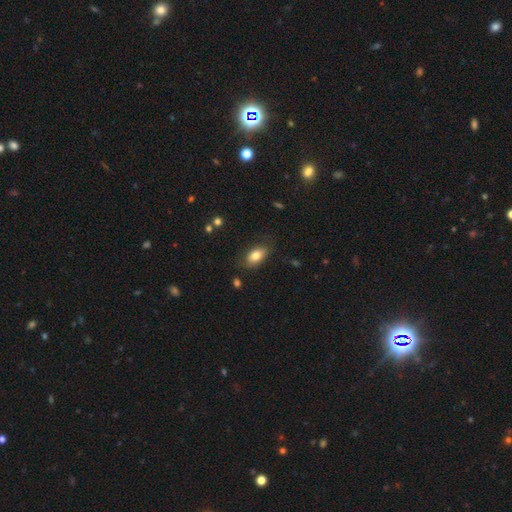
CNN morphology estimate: A smooth galaxy with no disk features (80%) that is in between round and cigar-shaped (90%).

Vote fractions:
- Smooth or featured? smooth: 80% / featured or disk: 12% / star or artifact: 8%
- How rounded? in between: 90% / round: 7% / cigar-shaped: 3%
- Merging? none: 79% / minor disturbance: 16% / major disturbance: 4% / merger: 1%